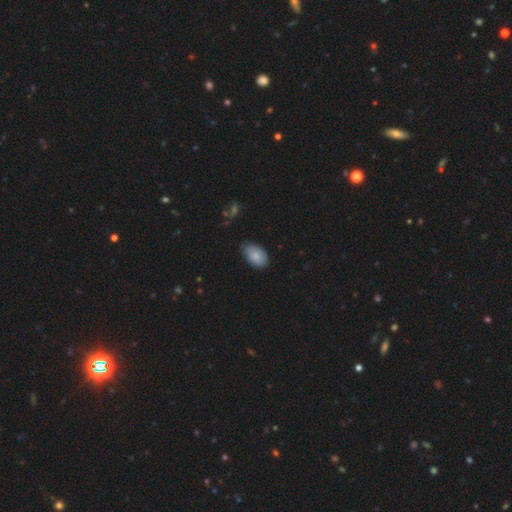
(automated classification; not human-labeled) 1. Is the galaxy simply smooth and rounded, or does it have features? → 84% smooth, 10% featured or disk, 6% star or artifact.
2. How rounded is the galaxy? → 93% in between, 6% round, 1% cigar-shaped.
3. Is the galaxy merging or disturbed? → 67% none, 28% minor disturbance, 4% major disturbance, 1% merger.